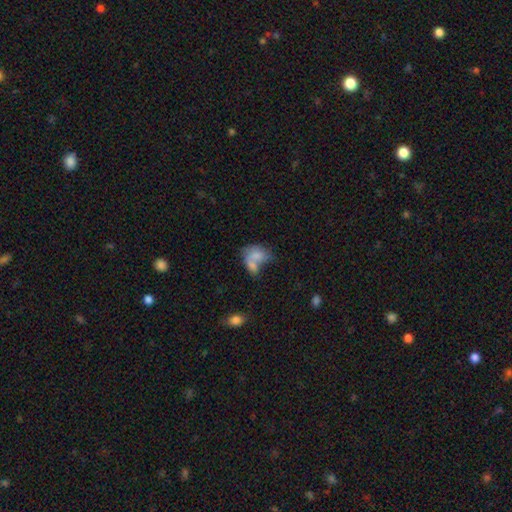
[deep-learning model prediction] This is likely a smooth galaxy (70%). How rounded: likely in between (79%). Merging: likely merger (61%).